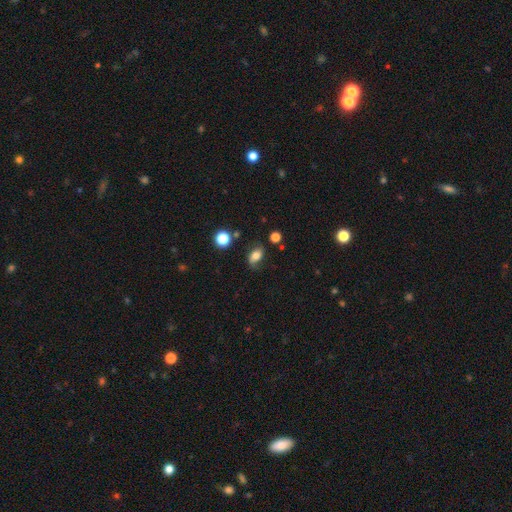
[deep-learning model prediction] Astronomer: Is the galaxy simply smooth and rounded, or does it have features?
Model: smooth — 66%.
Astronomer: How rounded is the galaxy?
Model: in between — 80%.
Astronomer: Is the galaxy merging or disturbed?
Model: none — 65%.